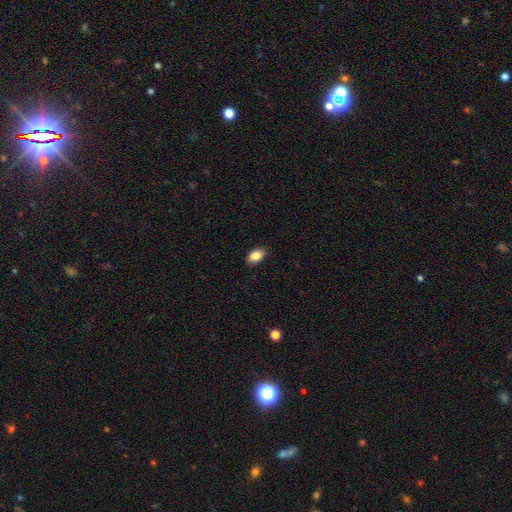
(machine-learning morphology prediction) smooth-or-featured: smooth: 86% | star or artifact: 7% | featured or disk: 6%
  how-rounded: in between: 90% | round: 8% | cigar-shaped: 2%
  merging: none: 89% | minor disturbance: 8% | major disturbance: 2% | merger: 1%